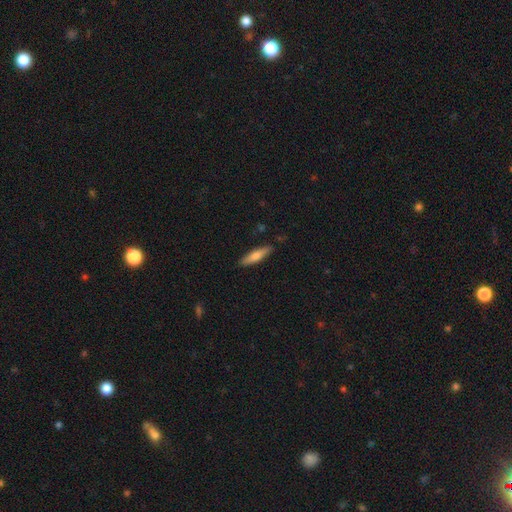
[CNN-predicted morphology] Smooth or featured: smooth — 67% (featured or disk — 28%)
How rounded: cigar-shaped — 79% (in between — 19%)
Merging: none — 87% (minor disturbance — 9%)